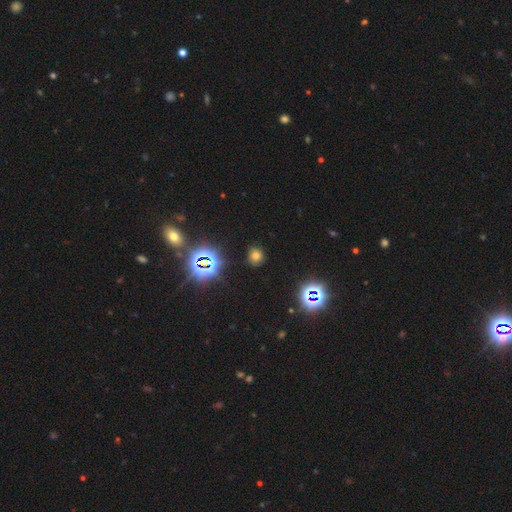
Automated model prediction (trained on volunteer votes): A smooth galaxy with no disk features (61%) that is round (79%).

Vote fractions:
- Smooth or featured? smooth: 61% / star or artifact: 32% / featured or disk: 7%
- How rounded? round: 79% / in between: 20% / cigar-shaped: 1%
- Merging? none: 83% / minor disturbance: 11% / major disturbance: 3% / merger: 2%